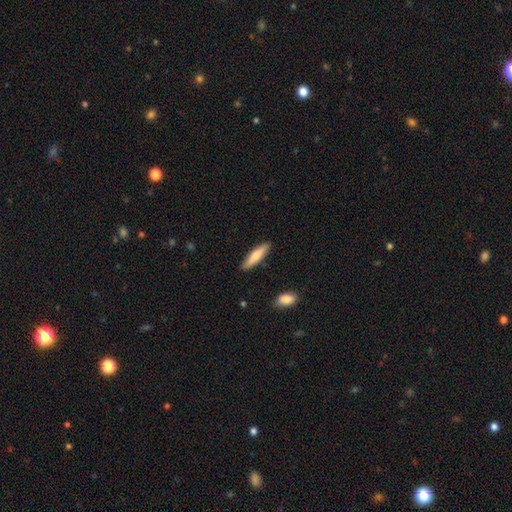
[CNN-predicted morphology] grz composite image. It shows a smooth galaxy with no disk features (70%) that is cigar-shaped (79%). Merging: none (88%).